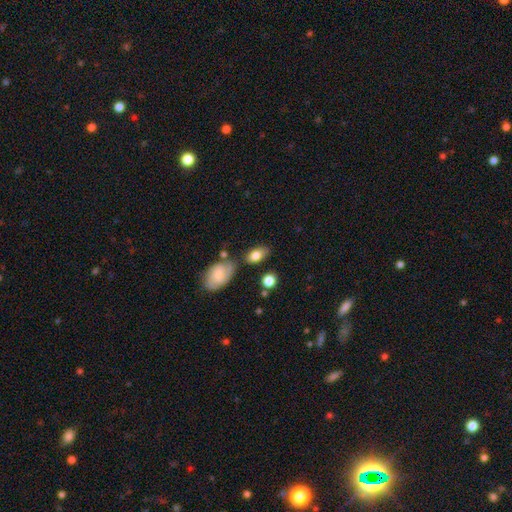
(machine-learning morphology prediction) Q: Smooth or featured?
A: smooth (78%); runner-up: featured or disk (14%)
Q: How rounded?
A: in between (89%); runner-up: round (7%)
Q: Merging?
A: none (69%); runner-up: minor disturbance (17%)